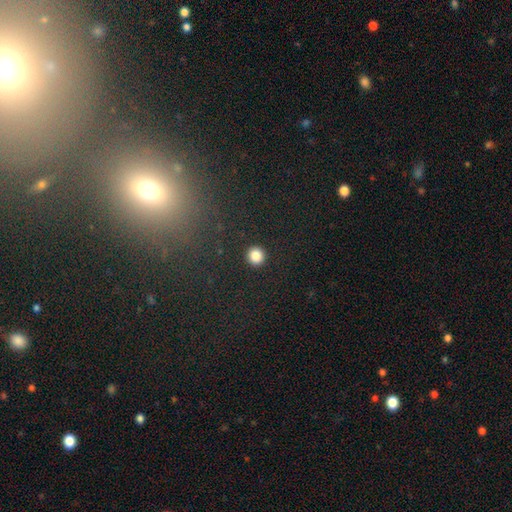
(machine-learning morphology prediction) This is clearly a smooth galaxy (85%). How rounded: clearly round (93%). Merging: clearly none (92%).